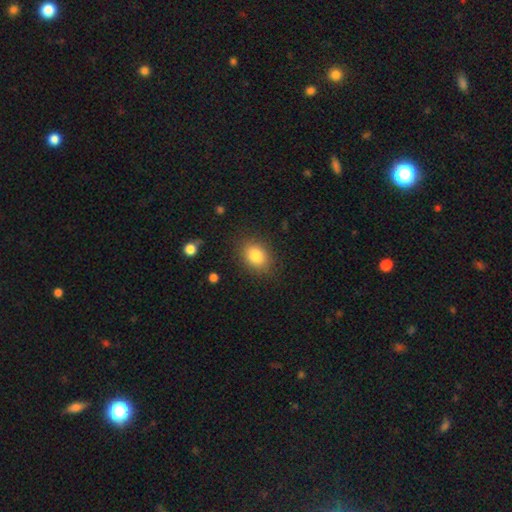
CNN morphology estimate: A smooth galaxy with no disk features (83%) that is in between round and cigar-shaped (62%).

Vote fractions:
- Smooth or featured? smooth: 83% / star or artifact: 9% / featured or disk: 8%
- How rounded? in between: 62% / round: 37% / cigar-shaped: 1%
- Merging? none: 84% / minor disturbance: 11% / major disturbance: 3% / merger: 1%